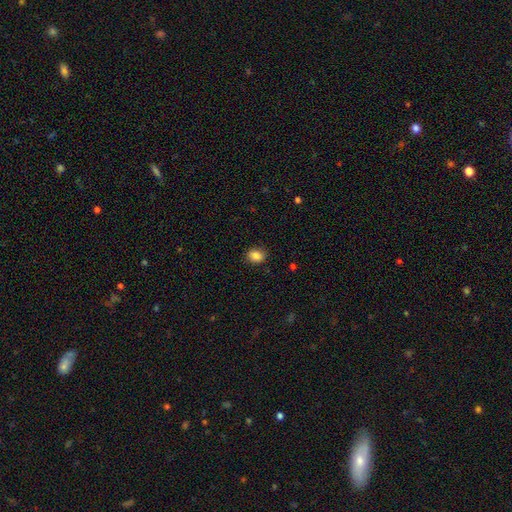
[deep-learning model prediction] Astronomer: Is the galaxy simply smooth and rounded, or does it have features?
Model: smooth — 87%.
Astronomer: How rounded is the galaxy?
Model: in between — 53% (runner-up: round, 46%).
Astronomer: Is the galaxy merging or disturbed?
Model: none — 87%.